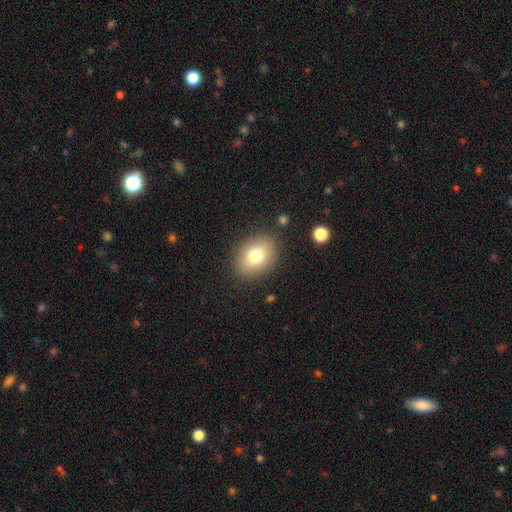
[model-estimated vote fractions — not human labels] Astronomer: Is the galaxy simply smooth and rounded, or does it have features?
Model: smooth — 77%.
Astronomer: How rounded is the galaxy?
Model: in between — 65%.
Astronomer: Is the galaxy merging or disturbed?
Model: none — 85%.